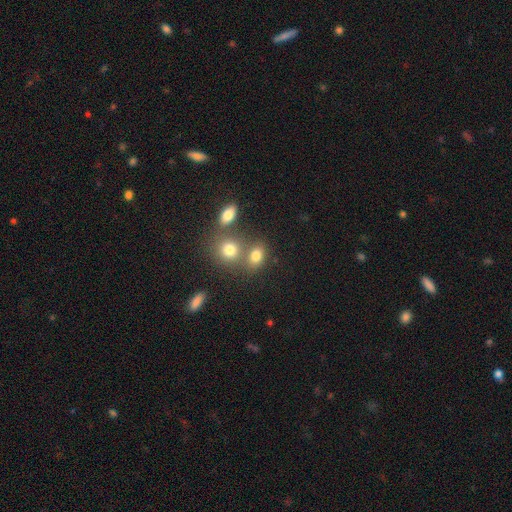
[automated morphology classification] smooth 78%, star or artifact 13%, featured or disk 9%. Down the decision tree: how rounded — in between (56%); merging — none (51%).